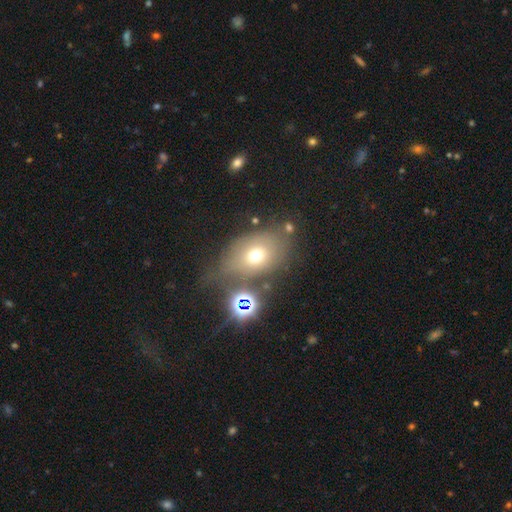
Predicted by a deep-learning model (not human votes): Smooth or featured? Predicted: smooth (p=0.61). How rounded? Predicted: in between (p=0.69). Merging? Predicted: none (p=0.53).